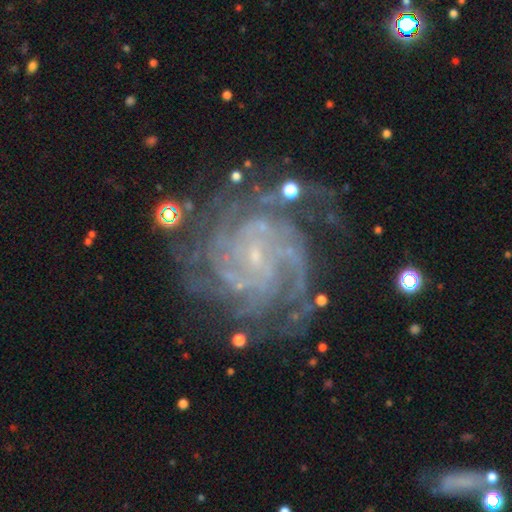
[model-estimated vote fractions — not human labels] This is clearly a featured or disk galaxy (90%). It is clearly not viewed edge-on (98%). Bar: likely no (62%). Spiral arm pattern: clearly yes (98%). Spiral arm count: marginally 4 (26%). Spiral winding: likely tight (68%). Central bulge: clearly small (84%). Merging: likely none (69%).